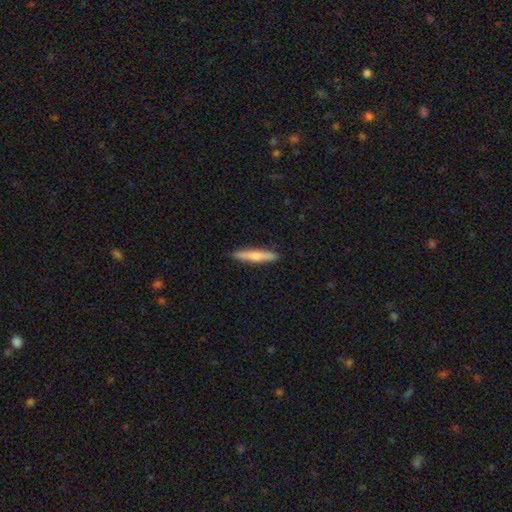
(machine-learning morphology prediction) A smooth galaxy with no disk features (60%) that is cigar-shaped (93%). Merging: none (91%).